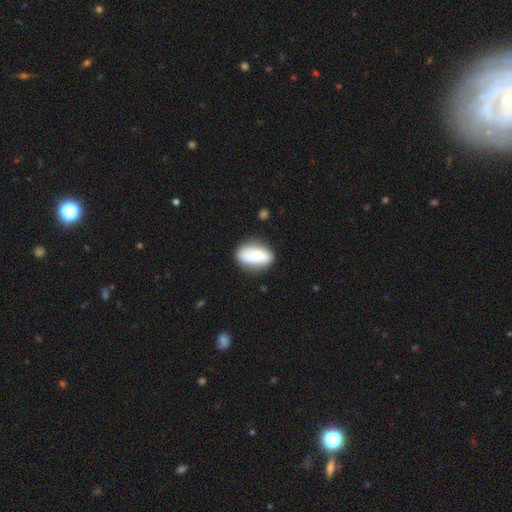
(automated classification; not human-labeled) Smooth or featured? Predicted: smooth (p=0.76). How rounded? Predicted: in between (p=0.89). Merging? Predicted: none (p=0.69).